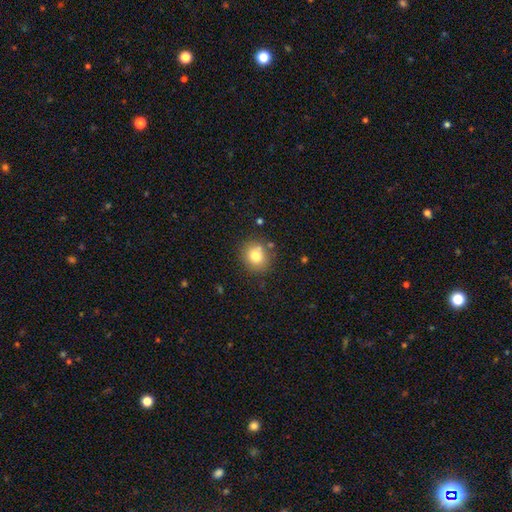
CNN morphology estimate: Smooth or featured? smooth (79%)
How rounded? round (77%)
Merging? none (78%)